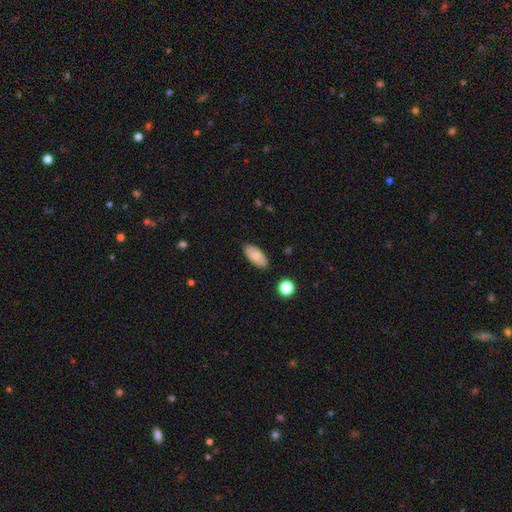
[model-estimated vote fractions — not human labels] smooth_or_featured: smooth (p=0.79) [alt: featured or disk p=0.14]
how_rounded: in between (p=0.90) [alt: cigar-shaped p=0.07]
merging: none (p=0.86) [alt: minor disturbance p=0.10]